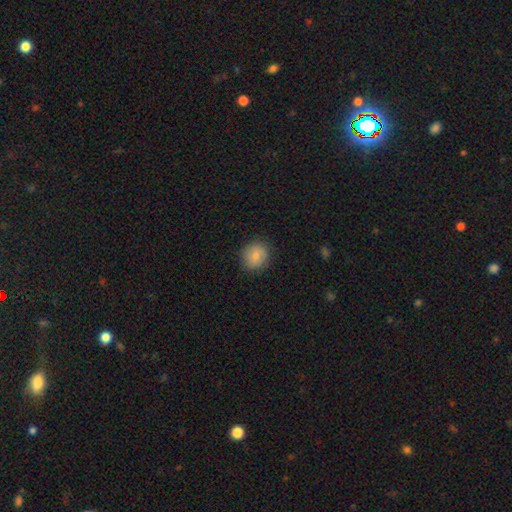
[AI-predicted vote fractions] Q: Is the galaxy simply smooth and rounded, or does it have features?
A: smooth — 81%.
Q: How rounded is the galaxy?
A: round — 84%.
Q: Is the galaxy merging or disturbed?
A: none — 87%.